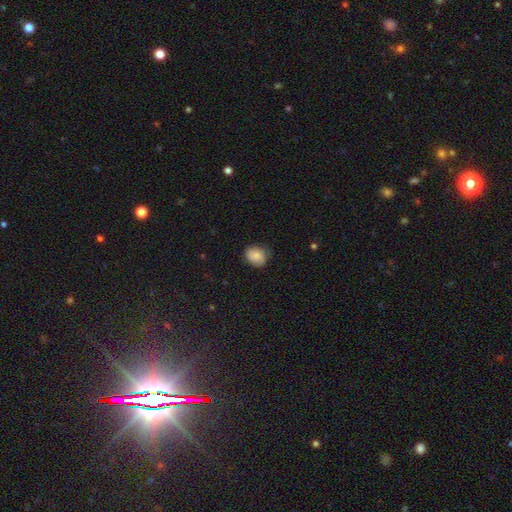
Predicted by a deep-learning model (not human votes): This appears to be a smooth galaxy with no disk features (79%) that is round (59%). Merging: none (70%).